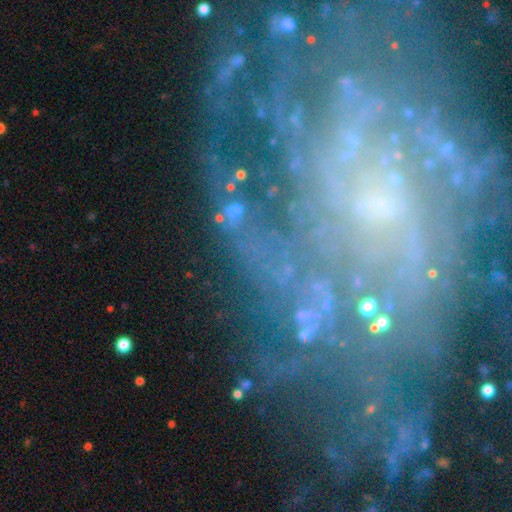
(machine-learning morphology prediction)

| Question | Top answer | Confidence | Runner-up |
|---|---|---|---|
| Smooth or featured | featured or disk | 76% | star or artifact (16%) |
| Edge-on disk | no | 96% | yes (4%) |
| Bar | no | 59% | weak (26%) |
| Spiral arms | yes | 94% | no (6%) |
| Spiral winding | tight | 61% | medium (29%) |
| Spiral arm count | can't tell | 27% | 3 (16%) |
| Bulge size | small | 67% | none (14%) |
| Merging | none | 66% | minor disturbance (17%) |